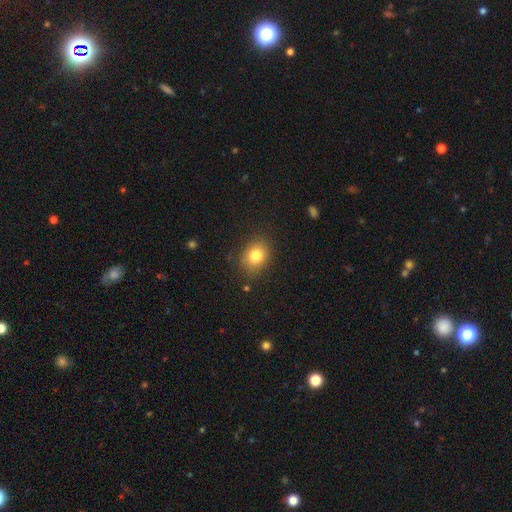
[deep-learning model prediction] This is clearly a smooth galaxy (81%). How rounded: possibly in between (50%). Merging: clearly none (83%).